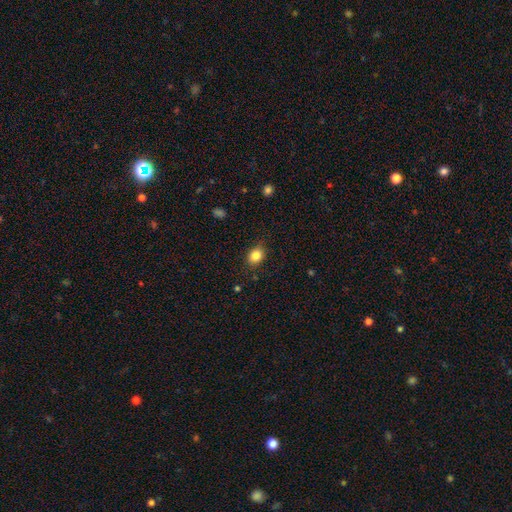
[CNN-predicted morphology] A smooth galaxy with no disk features (84%) that is in between round and cigar-shaped (52%). Merging: none (84%).